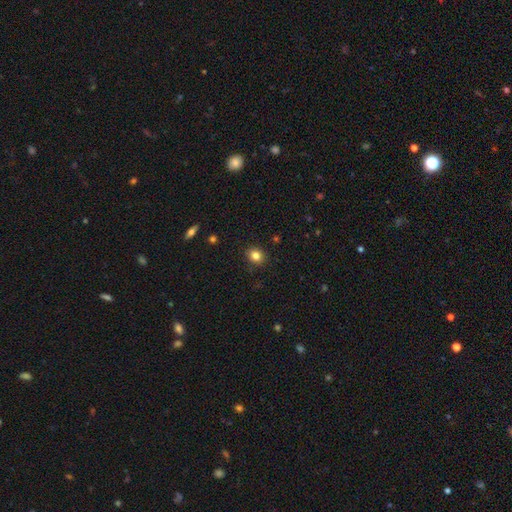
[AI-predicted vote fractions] Smooth or featured?
  - smooth: 83% *
  - star or artifact: 11%
  - featured or disk: 6%
How rounded?
  - round: 71% *
  - in between: 28%
  - cigar-shaped: 1%
Merging?
  - none: 90% *
  - minor disturbance: 7%
  - major disturbance: 2%
  - merger: 1%